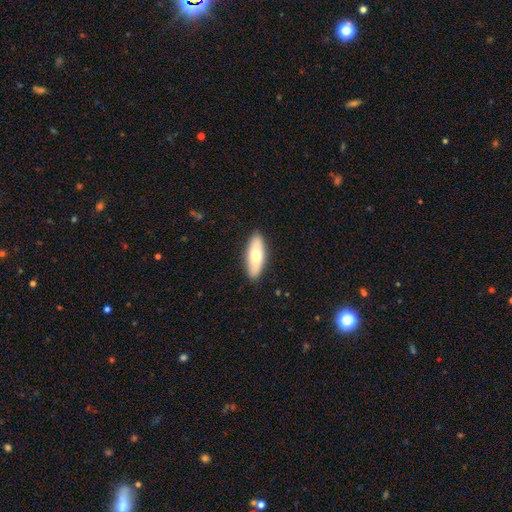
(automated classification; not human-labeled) This appears to be a smooth galaxy with no disk features (73%) that is in between round and cigar-shaped (69%). Merging: none (89%).